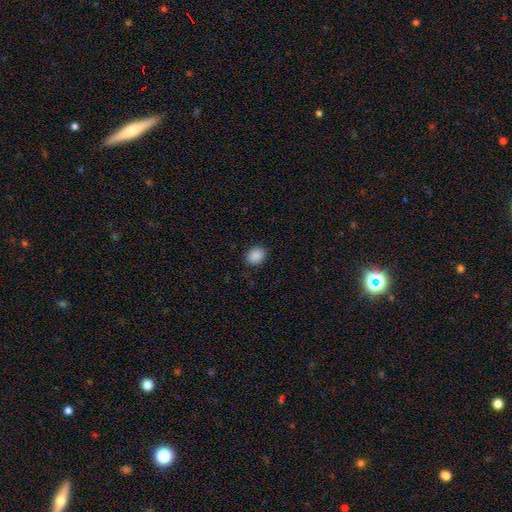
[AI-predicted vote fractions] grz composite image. It shows a smooth galaxy with no disk features (89%) that is round (51%). Merging: none (87%).